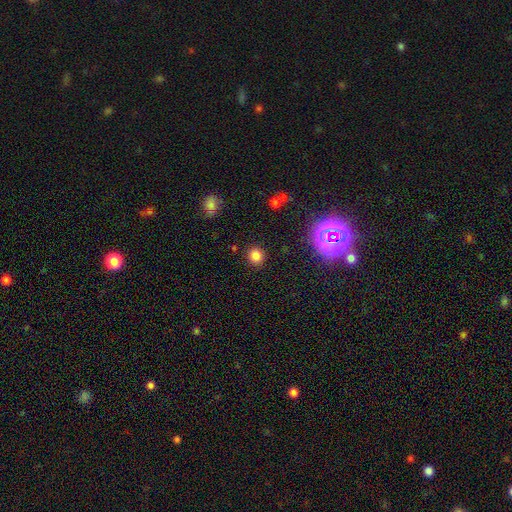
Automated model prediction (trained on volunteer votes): Morphology: type=smooth (79%); roundness=round (87%); merging=none (89%).